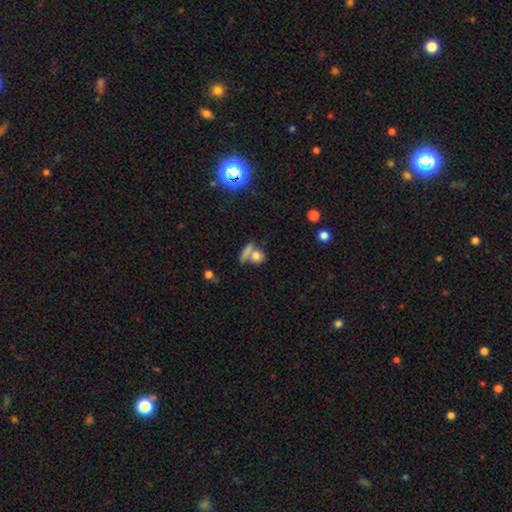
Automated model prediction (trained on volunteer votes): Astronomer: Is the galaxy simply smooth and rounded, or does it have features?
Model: smooth — 74%.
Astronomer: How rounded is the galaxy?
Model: round — 61%.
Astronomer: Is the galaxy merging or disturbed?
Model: none — 45% (runner-up: merger, 38%).